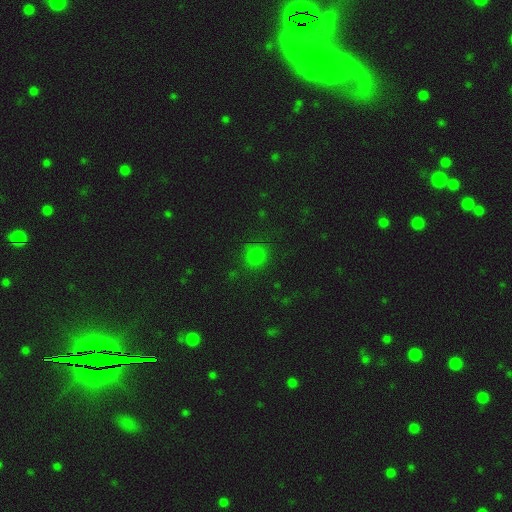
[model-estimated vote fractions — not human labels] The model was most divided on "smooth or featured": smooth: 78%, star or artifact: 17%, featured or disk: 5%. More confident: how rounded — round (87%); merging — none (84%).